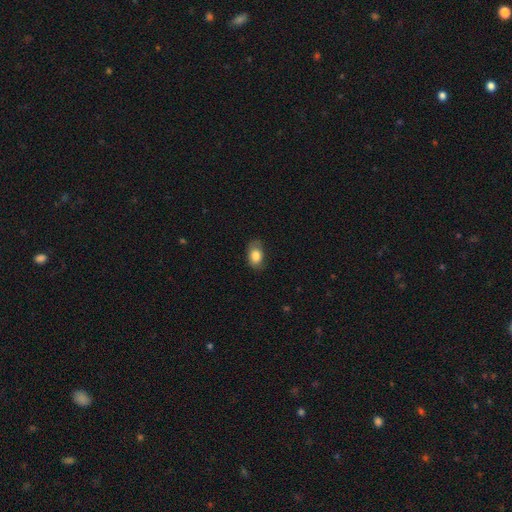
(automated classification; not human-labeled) Smooth or featured? smooth (81%)
How rounded? in between (85%)
Merging? none (73%)